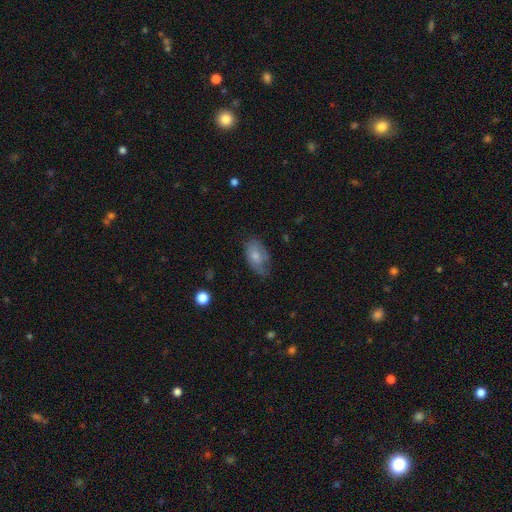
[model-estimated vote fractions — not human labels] A smooth galaxy with no disk features (74%) that is in between round and cigar-shaped (92%). Merging: none (52%).